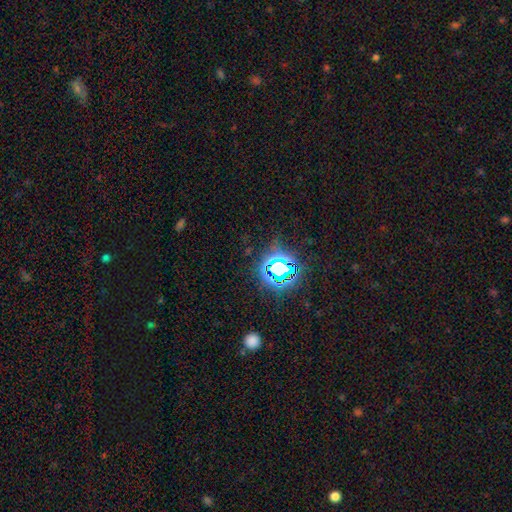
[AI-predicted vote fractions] Smooth or featured? star or artifact (80%)